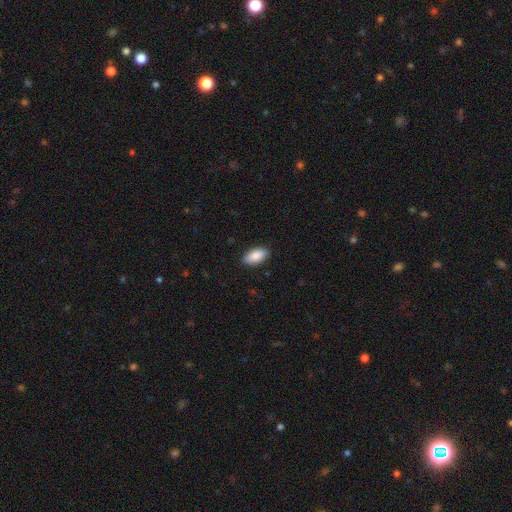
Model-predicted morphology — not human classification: smooth_or_featured: smooth (p=0.88) [alt: star or artifact p=0.06]
how_rounded: in between (p=0.93) [alt: cigar-shaped p=0.04]
merging: none (p=0.88) [alt: minor disturbance p=0.09]